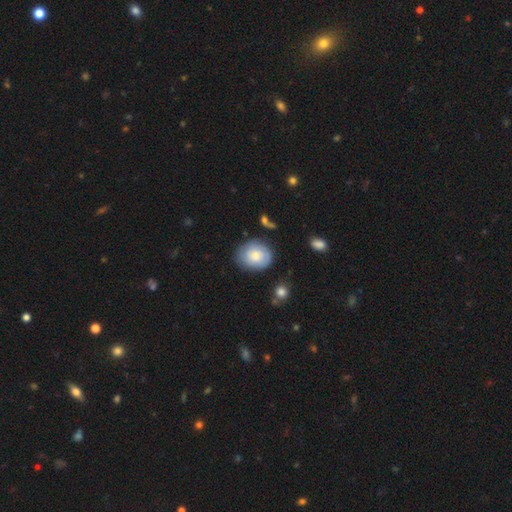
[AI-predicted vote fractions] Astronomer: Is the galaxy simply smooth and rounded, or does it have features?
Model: smooth — 60%.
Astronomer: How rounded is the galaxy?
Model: round — 62% (runner-up: in between, 37%).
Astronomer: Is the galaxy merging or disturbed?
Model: none — 76%.